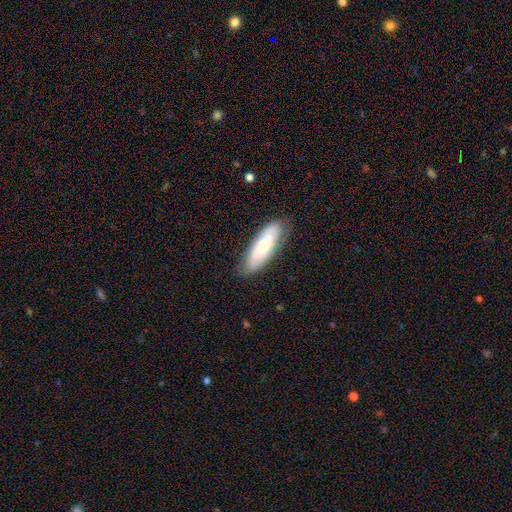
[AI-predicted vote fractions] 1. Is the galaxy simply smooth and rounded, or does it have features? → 54% smooth, 40% featured or disk, 6% star or artifact.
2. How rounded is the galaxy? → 58% in between, 40% cigar-shaped, 2% round.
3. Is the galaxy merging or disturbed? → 77% none, 17% minor disturbance, 4% major disturbance, 2% merger.